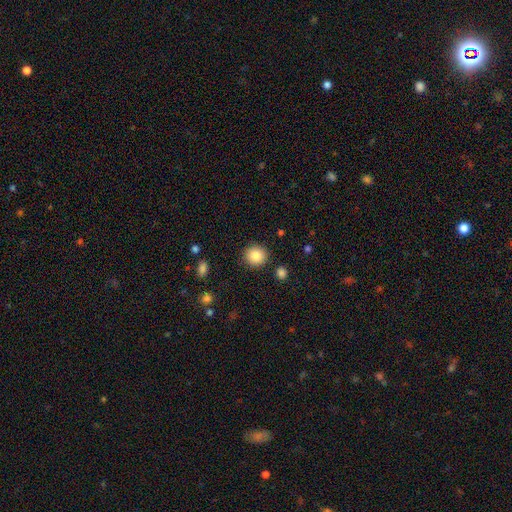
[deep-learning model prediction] A smooth galaxy with no disk features (85%) that is round (91%).

Vote fractions:
- Smooth or featured? smooth: 85% / star or artifact: 9% / featured or disk: 6%
- How rounded? round: 91% / in between: 8% / cigar-shaped: 1%
- Merging? none: 90% / minor disturbance: 6% / merger: 2% / major disturbance: 2%